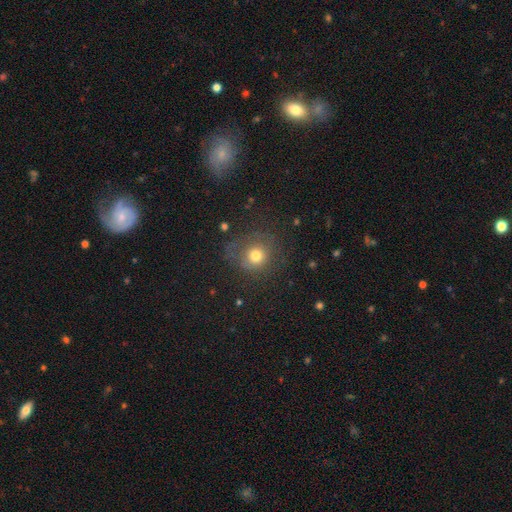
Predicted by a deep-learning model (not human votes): Q: Smooth or featured?
A: smooth (70%); runner-up: star or artifact (15%)
Q: How rounded?
A: round (89%); runner-up: in between (10%)
Q: Merging?
A: none (70%); runner-up: minor disturbance (16%)